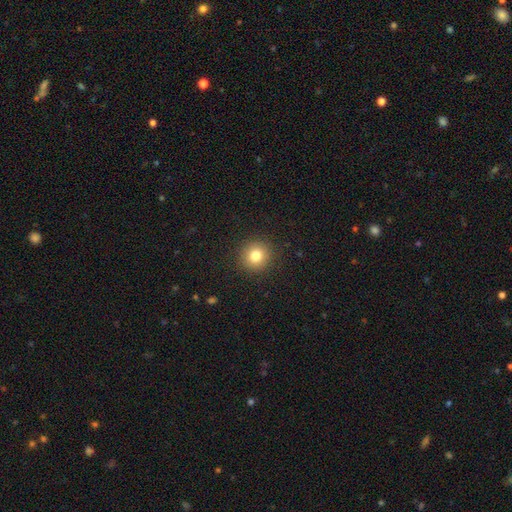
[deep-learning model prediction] Smooth or featured?
  - smooth: 81% *
  - star or artifact: 12%
  - featured or disk: 8%
How rounded?
  - round: 93% *
  - in between: 6%
  - cigar-shaped: 1%
Merging?
  - none: 91% *
  - minor disturbance: 6%
  - major disturbance: 2%
  - merger: 1%